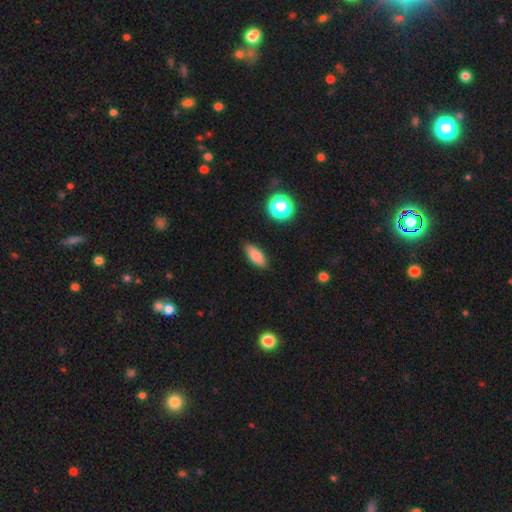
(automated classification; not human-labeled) This appears to be a smooth galaxy with no disk features (83%) that is in between round and cigar-shaped (79%). Merging: none (86%).